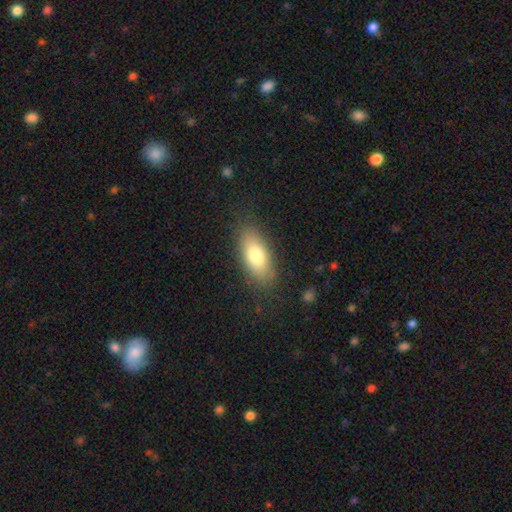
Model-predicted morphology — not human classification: The model was most divided on "smooth or featured": smooth: 77%, featured or disk: 16%, star or artifact: 7%. More confident: how rounded — in between (84%); merging — none (83%).